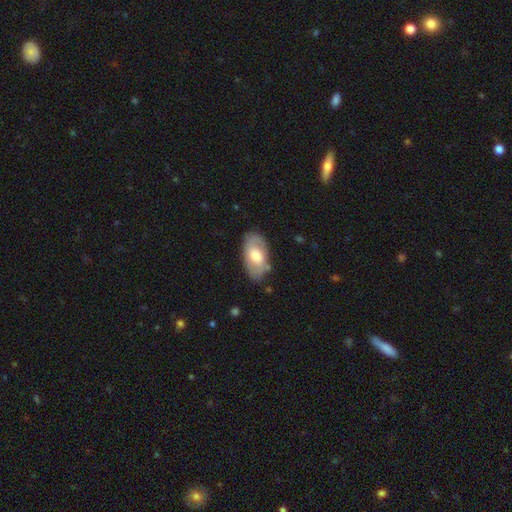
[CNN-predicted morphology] Q: Smooth or featured?
A: smooth (59%); runner-up: featured or disk (36%)
Q: How rounded?
A: in between (94%); runner-up: round (4%)
Q: Merging?
A: none (77%); runner-up: minor disturbance (17%)